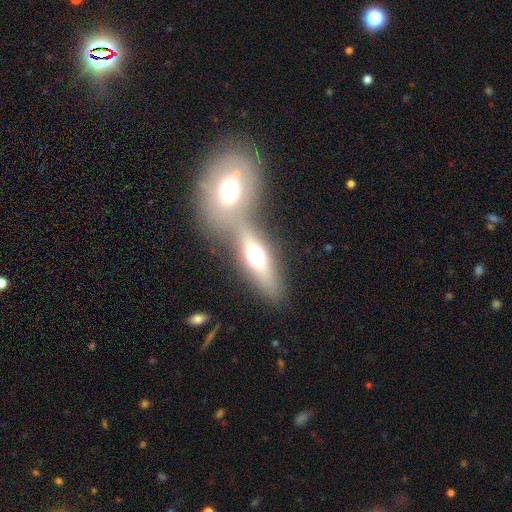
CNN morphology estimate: This appears to be a smooth galaxy with no disk features (57%) that is in between round and cigar-shaped (59%). Merging: merger (47%).